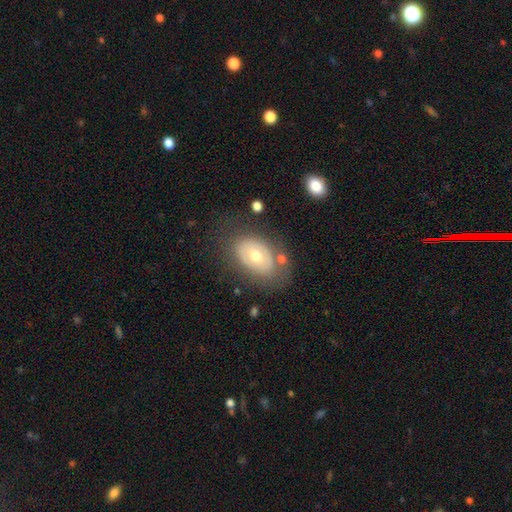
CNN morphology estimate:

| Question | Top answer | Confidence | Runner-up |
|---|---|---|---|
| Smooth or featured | featured or disk | 51% | smooth (42%) |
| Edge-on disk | no | 91% | yes (9%) |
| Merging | none | 69% | minor disturbance (18%) |